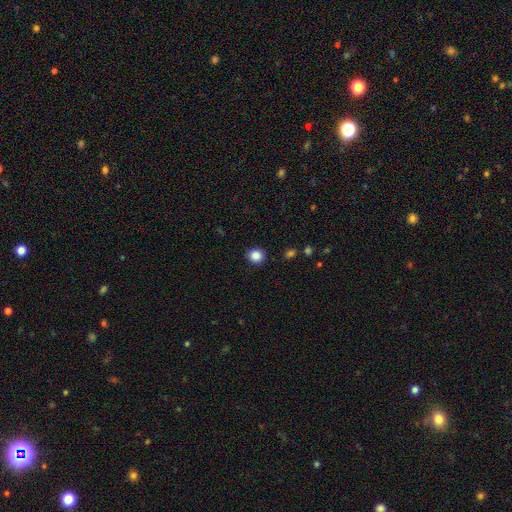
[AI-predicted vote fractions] Smooth or featured? Predicted: smooth (p=0.87). How rounded? Predicted: round (p=0.86). Merging? Predicted: none (p=0.89).